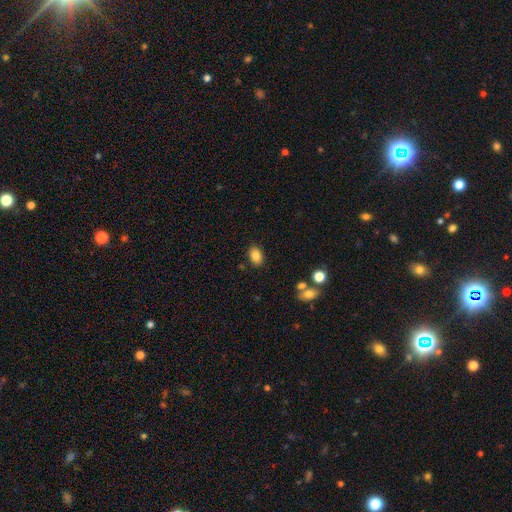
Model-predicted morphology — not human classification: A smooth galaxy with no disk features (85%) that is in between round and cigar-shaped (80%). Merging: none (84%).